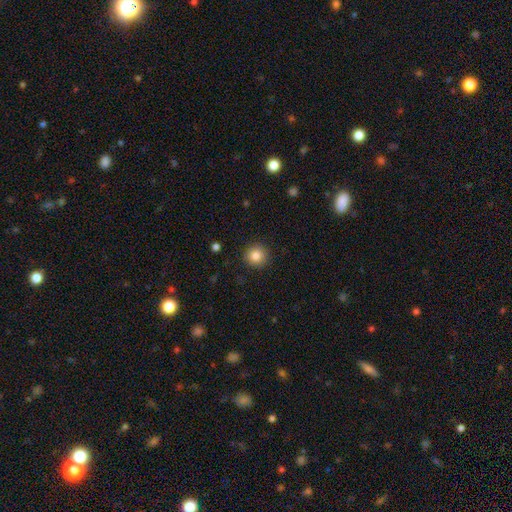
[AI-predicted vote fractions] This appears to be a smooth galaxy with no disk features (84%) that is round (94%). Merging: none (92%).